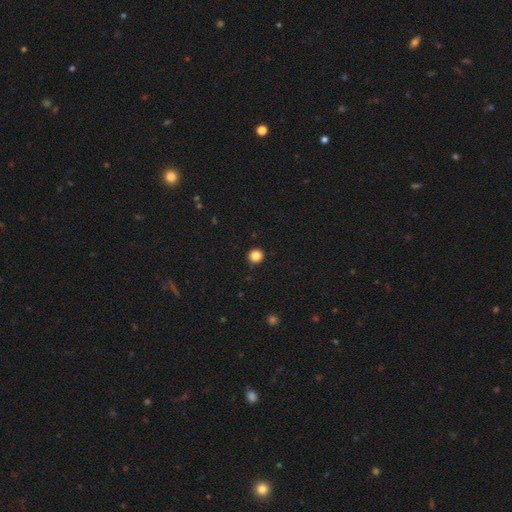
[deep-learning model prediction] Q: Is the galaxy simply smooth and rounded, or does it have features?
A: smooth — 85%.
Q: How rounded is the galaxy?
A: round — 92%.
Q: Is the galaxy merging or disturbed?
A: none — 93%.